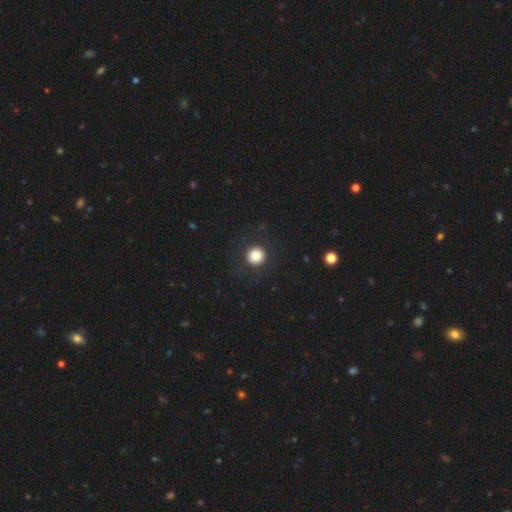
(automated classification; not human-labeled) A smooth galaxy with no disk features (85%) that is round (95%).

Vote fractions:
- Smooth or featured? smooth: 85% / star or artifact: 10% / featured or disk: 5%
- How rounded? round: 95% / in between: 4% / cigar-shaped: 1%
- Merging? none: 91% / minor disturbance: 5% / major disturbance: 3% / merger: 1%